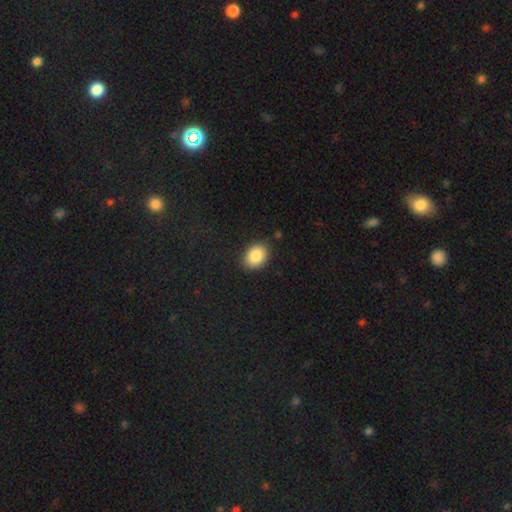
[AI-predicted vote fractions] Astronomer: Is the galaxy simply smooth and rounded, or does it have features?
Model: smooth — 87%.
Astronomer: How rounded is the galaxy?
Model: in between — 66%.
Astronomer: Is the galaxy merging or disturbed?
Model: none — 86%.